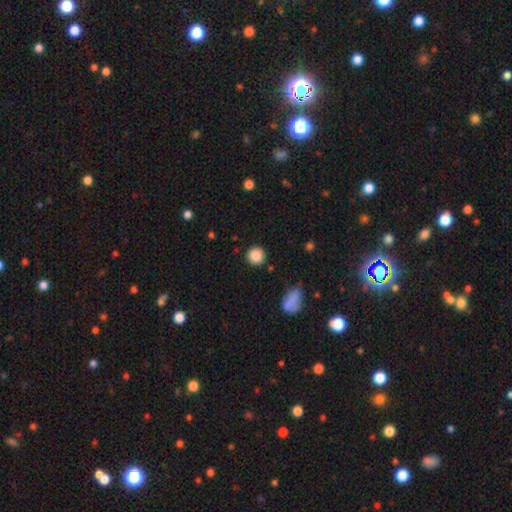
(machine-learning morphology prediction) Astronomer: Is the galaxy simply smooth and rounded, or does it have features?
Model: smooth — 86%.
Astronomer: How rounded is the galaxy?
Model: round — 92%.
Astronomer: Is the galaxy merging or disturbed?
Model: none — 88%.